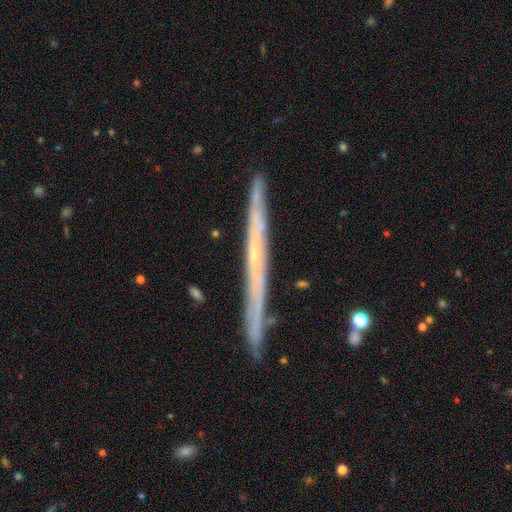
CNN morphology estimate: This is likely a featured or disk galaxy (69%). It is clearly viewed edge-on (96%). Edge-on bulge: likely none (76%). Merging: clearly none (88%).